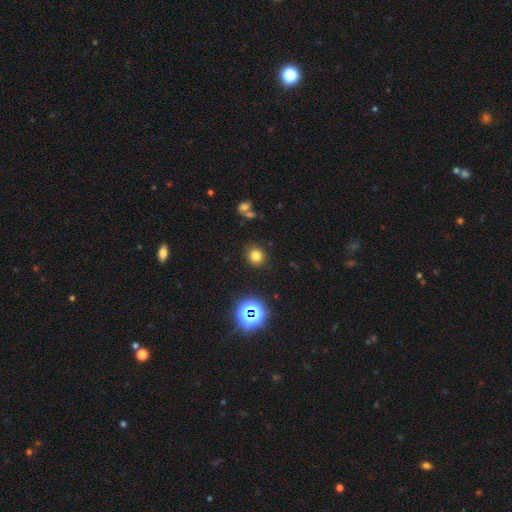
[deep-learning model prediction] Smooth or featured? smooth (76%)
How rounded? round (81%)
Merging? none (88%)